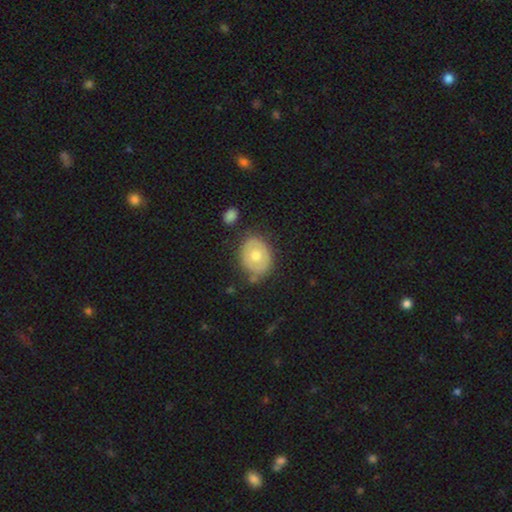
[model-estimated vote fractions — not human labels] smooth 51%, featured or disk 43%, star or artifact 6%. Down the decision tree: how rounded — in between (54%); merging — none (74%).